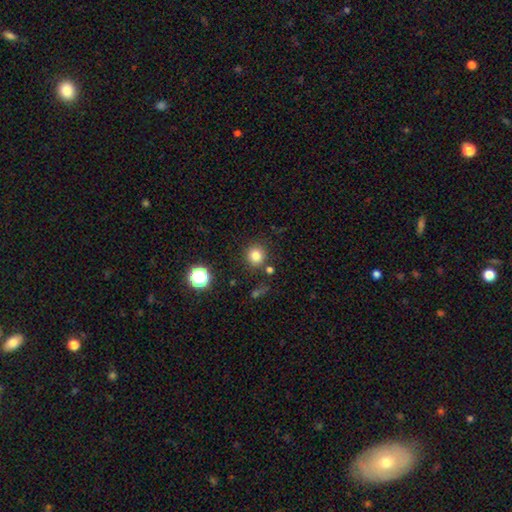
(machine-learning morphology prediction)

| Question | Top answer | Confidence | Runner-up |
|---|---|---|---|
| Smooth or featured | smooth | 81% | star or artifact (13%) |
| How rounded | round | 92% | in between (7%) |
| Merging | none | 84% | minor disturbance (8%) |